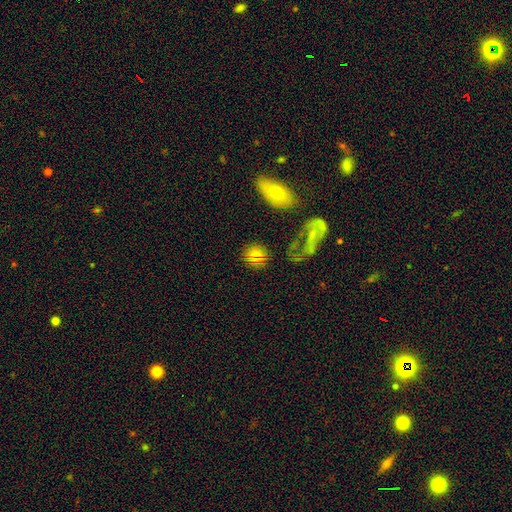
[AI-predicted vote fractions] Overall: smooth (70%). How rounded: round (84%). Merging: none (77%).